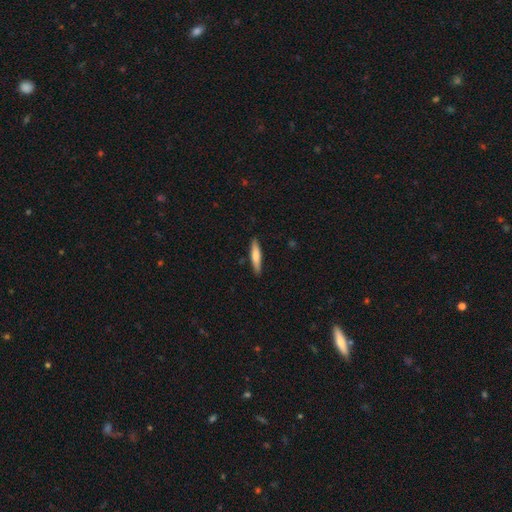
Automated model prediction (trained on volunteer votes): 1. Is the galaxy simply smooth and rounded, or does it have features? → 73% smooth, 22% featured or disk, 5% star or artifact.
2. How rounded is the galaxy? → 87% cigar-shaped, 12% in between, 1% round.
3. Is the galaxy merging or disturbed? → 89% none, 9% minor disturbance, 2% major disturbance, 1% merger.